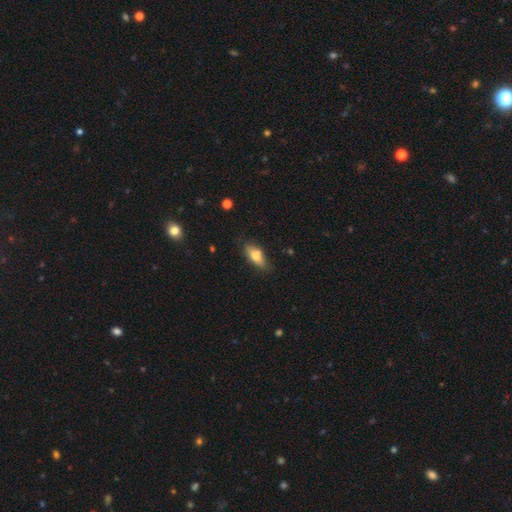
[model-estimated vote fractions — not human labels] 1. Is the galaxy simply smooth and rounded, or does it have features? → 70% smooth, 22% featured or disk, 8% star or artifact.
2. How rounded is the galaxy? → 79% in between, 17% cigar-shaped, 4% round.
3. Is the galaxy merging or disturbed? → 73% none, 20% minor disturbance, 4% major disturbance, 2% merger.